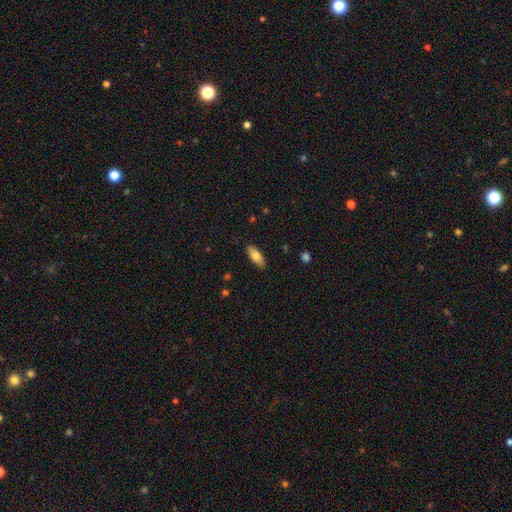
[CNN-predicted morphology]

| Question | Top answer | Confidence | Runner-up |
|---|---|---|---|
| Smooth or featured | smooth | 76% | featured or disk (18%) |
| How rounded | in between | 80% | cigar-shaped (18%) |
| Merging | none | 86% | minor disturbance (11%) |